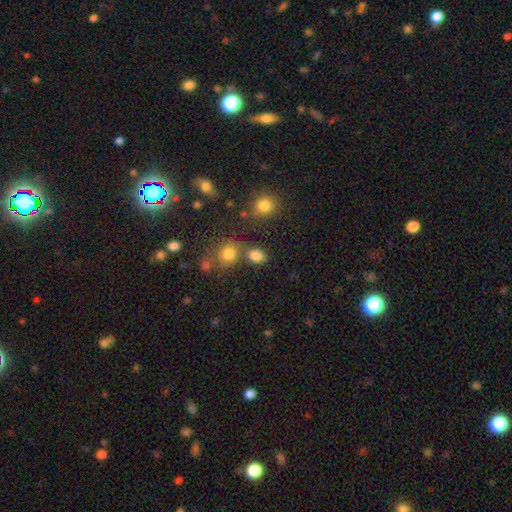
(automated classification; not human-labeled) This is clearly a smooth galaxy (81%). How rounded: possibly in between (60%). Merging: likely none (63%).